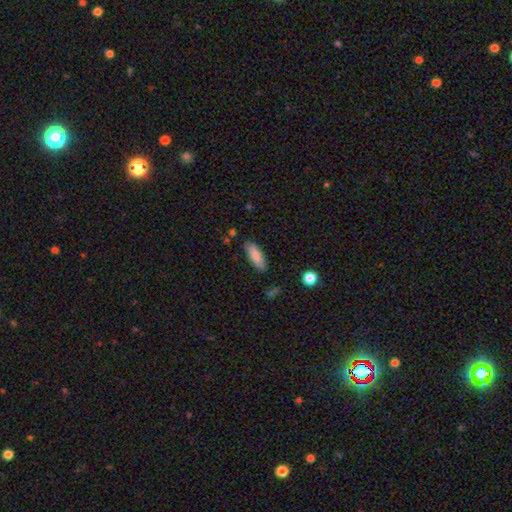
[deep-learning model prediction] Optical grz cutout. It shows a smooth galaxy with no disk features (82%) that is in between round and cigar-shaped (67%). Merging: none (83%).